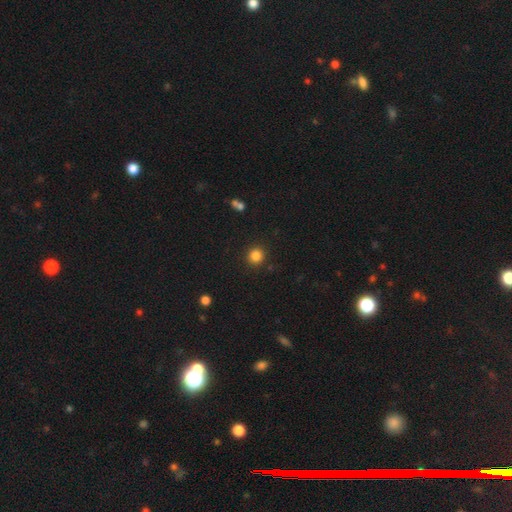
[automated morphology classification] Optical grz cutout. It shows a smooth galaxy with no disk features (84%) that is round (93%). Merging: none (91%).